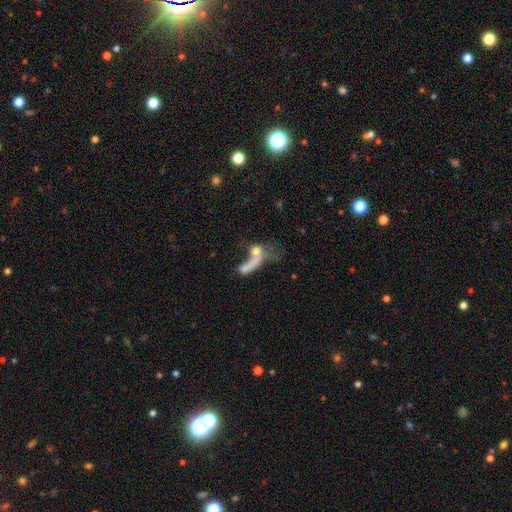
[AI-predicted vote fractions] Smooth or featured? smooth (51%)
How rounded? in between (43%)
Merging? merger (47%)